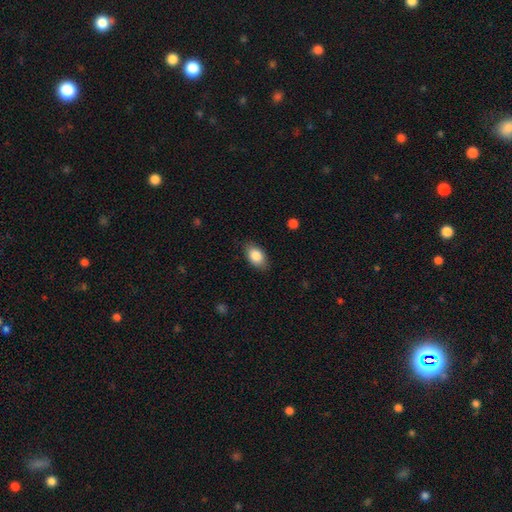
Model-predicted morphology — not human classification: Q: Smooth or featured?
A: smooth (85%); runner-up: featured or disk (8%)
Q: How rounded?
A: in between (91%); runner-up: round (7%)
Q: Merging?
A: none (84%); runner-up: minor disturbance (12%)